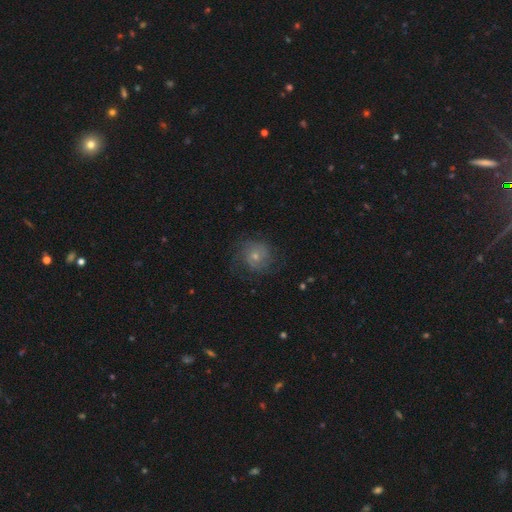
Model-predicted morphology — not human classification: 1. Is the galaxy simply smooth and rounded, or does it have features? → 53% featured or disk, 38% smooth, 10% star or artifact.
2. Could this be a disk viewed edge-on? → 97% no, 3% yes.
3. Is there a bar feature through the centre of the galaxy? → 81% no, 16% weak, 3% strong.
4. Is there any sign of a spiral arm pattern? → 78% yes, 22% no.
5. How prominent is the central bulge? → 52% small, 42% moderate, 2% large, 2% none, 1% dominant.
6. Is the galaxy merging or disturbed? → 66% none, 20% minor disturbance, 13% major disturbance, 1% merger.